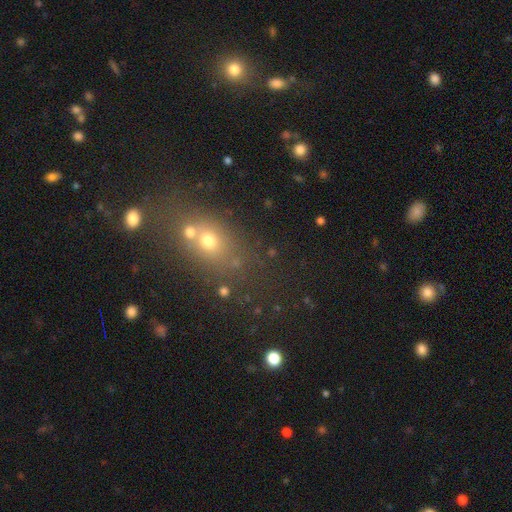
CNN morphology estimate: Smooth or featured? Predicted: smooth (p=0.47). Merging? Predicted: none (p=0.58).